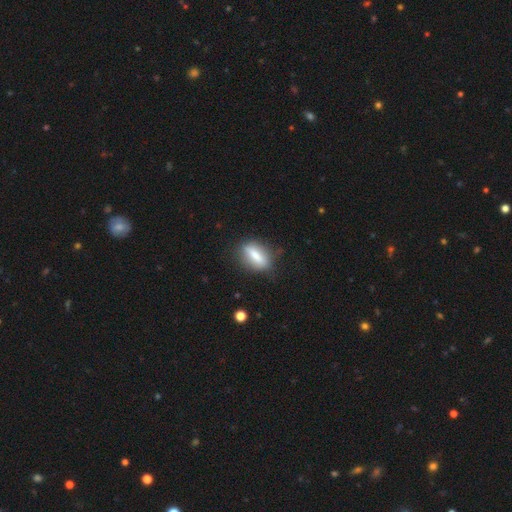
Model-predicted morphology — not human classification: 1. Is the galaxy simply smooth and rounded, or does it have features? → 62% smooth, 30% featured or disk, 8% star or artifact.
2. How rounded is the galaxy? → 57% in between, 35% cigar-shaped, 7% round.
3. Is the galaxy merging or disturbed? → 78% none, 15% minor disturbance, 5% major disturbance, 2% merger.